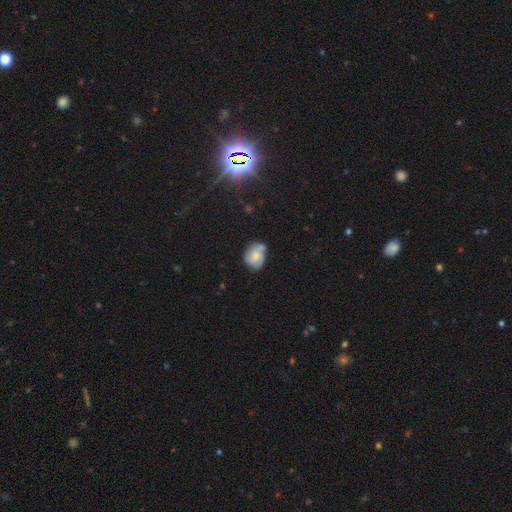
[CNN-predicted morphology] Overall: smooth (48%; featured or disk 44%). Merging: none (51%; minor disturbance 31%).